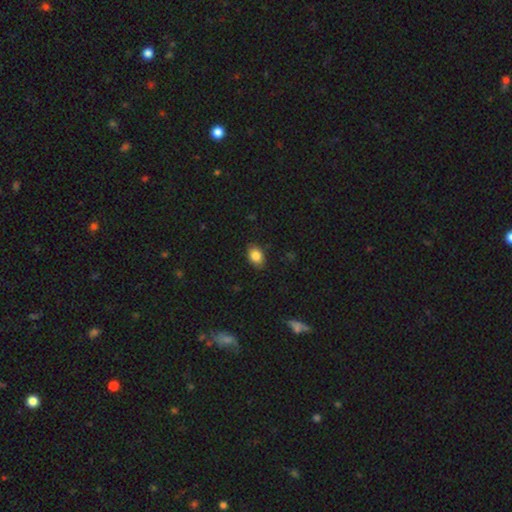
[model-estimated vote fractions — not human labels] This appears to be a smooth galaxy with no disk features (86%) that is in between round and cigar-shaped (78%). Merging: none (86%).